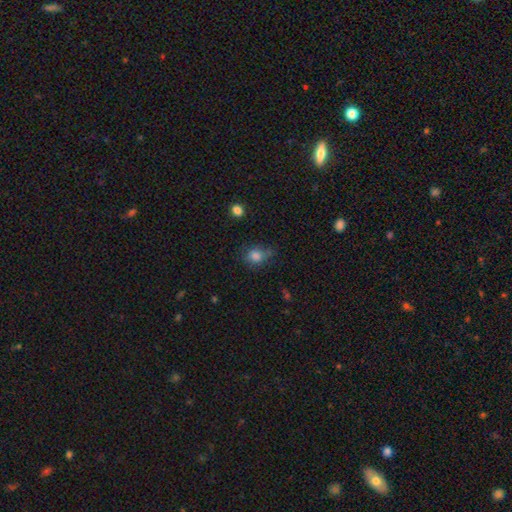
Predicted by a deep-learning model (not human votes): smooth_or_featured: smooth (p=0.82) [alt: star or artifact p=0.12]
how_rounded: round (p=0.66) [alt: in between p=0.33]
merging: none (p=0.61) [alt: minor disturbance p=0.26]